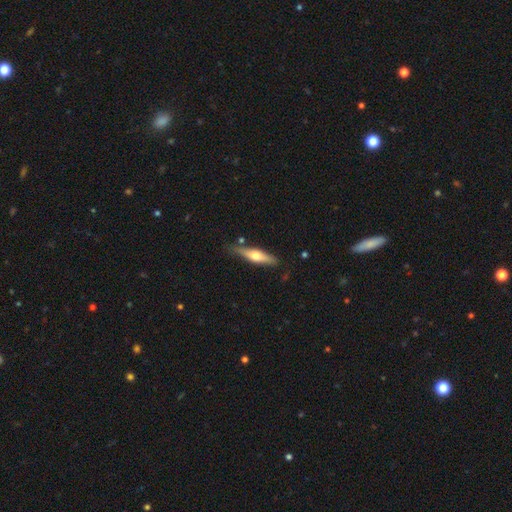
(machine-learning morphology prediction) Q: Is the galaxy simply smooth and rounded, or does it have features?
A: featured or disk — 54%.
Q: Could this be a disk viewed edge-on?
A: yes — 93%.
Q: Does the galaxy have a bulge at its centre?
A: rounded — 93%.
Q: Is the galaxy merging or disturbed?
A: none — 79%.